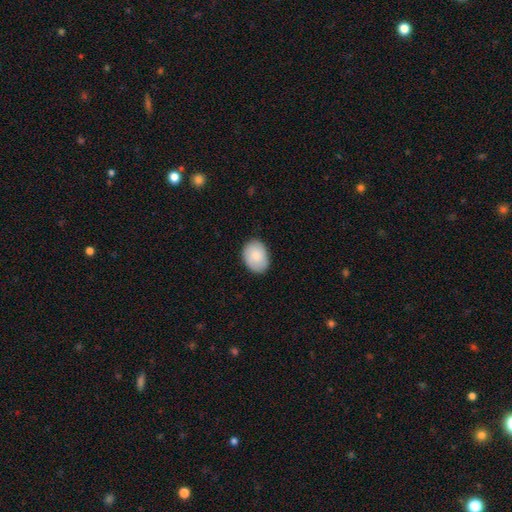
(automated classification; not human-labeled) smooth 83%, featured or disk 11%, star or artifact 6%. Down the decision tree: how rounded — in between (72%); merging — none (85%).